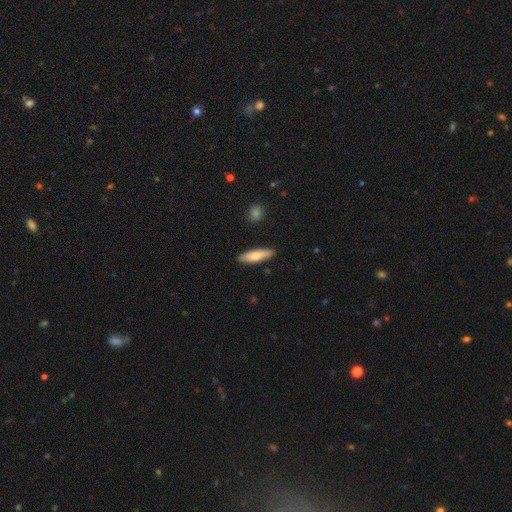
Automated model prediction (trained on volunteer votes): Smooth or featured? Predicted: smooth (p=0.71). How rounded? Predicted: cigar-shaped (p=0.62). Merging? Predicted: none (p=0.88).